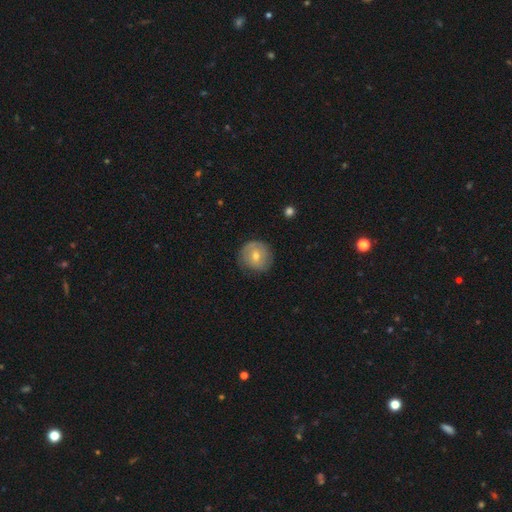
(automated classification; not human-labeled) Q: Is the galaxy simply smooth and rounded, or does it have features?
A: smooth — 50%.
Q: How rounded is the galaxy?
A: round — 91%.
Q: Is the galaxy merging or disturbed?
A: none — 80%.